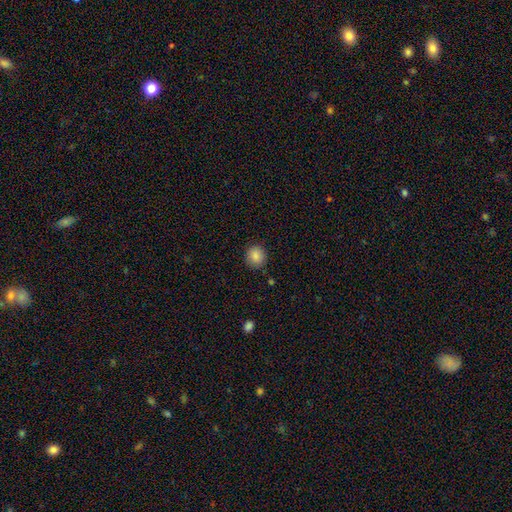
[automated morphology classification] This is clearly a smooth galaxy (87%). How rounded: clearly round (89%). Merging: clearly none (89%).